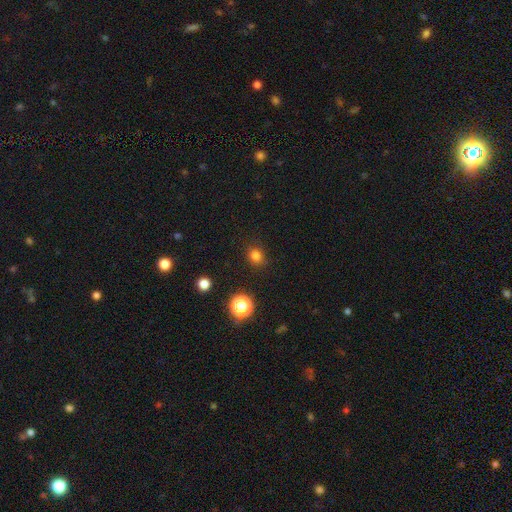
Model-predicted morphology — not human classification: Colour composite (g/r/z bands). It shows a smooth galaxy with no disk features (79%) that is round (69%). Merging: none (85%).